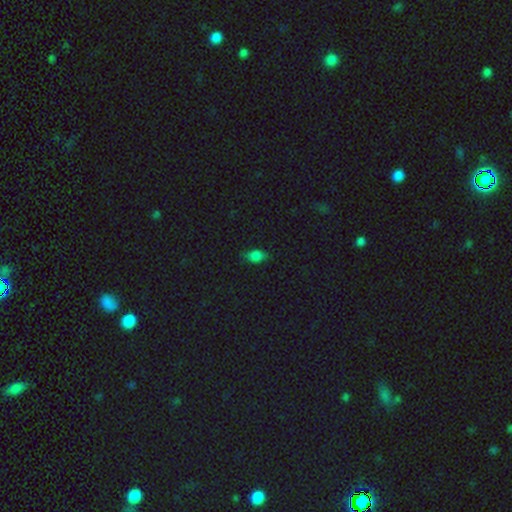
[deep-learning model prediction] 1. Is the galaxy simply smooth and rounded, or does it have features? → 74% smooth, 17% star or artifact, 8% featured or disk.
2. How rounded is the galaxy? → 83% in between, 12% round, 5% cigar-shaped.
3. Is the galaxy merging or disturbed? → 76% none, 19% minor disturbance, 4% major disturbance, 1% merger.